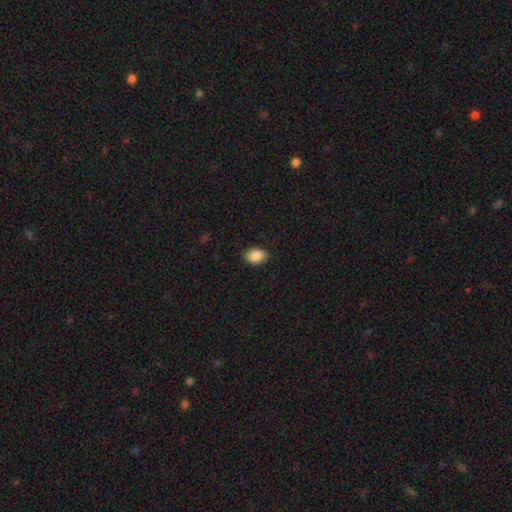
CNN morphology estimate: Smooth or featured?
  - smooth: 88% *
  - star or artifact: 8%
  - featured or disk: 4%
How rounded?
  - in between: 79% *
  - round: 20%
  - cigar-shaped: 1%
Merging?
  - none: 88% *
  - minor disturbance: 9%
  - major disturbance: 2%
  - merger: 1%